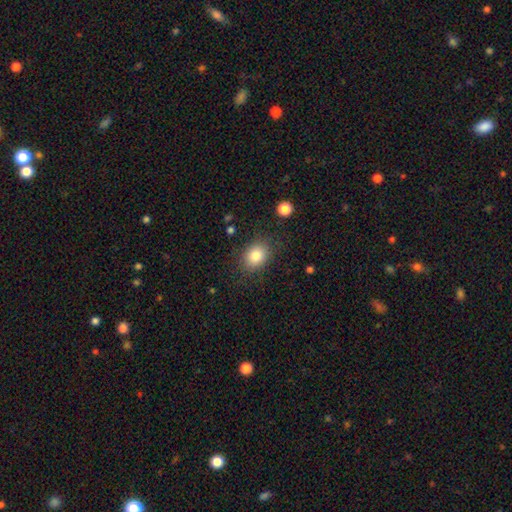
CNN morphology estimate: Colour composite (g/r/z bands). It shows a smooth galaxy with no disk features (83%) that is in between round and cigar-shaped (55%). Merging: none (82%).